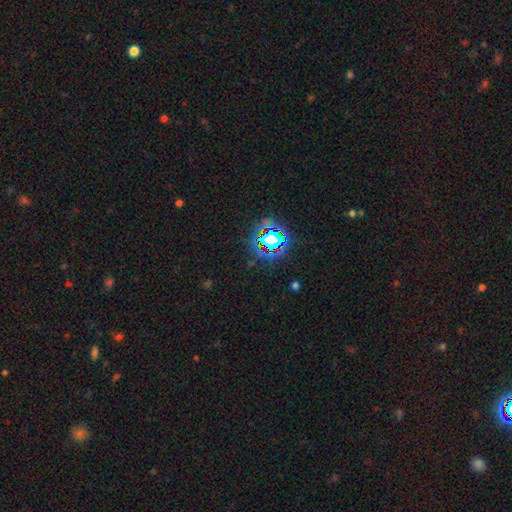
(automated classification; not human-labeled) A star or artifact, not a galaxy (81%).